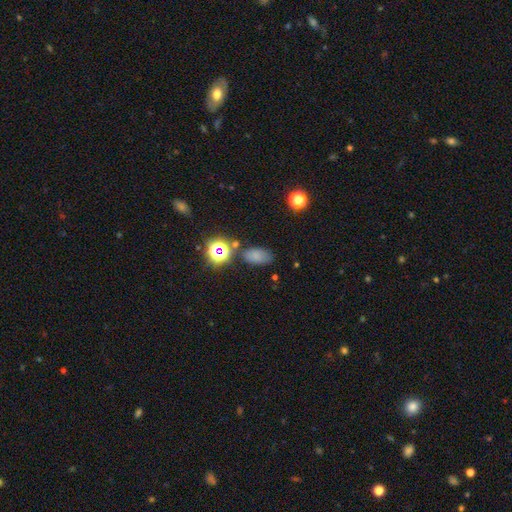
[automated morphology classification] Smooth or featured? smooth (71%)
How rounded? in between (88%)
Merging? none (70%)